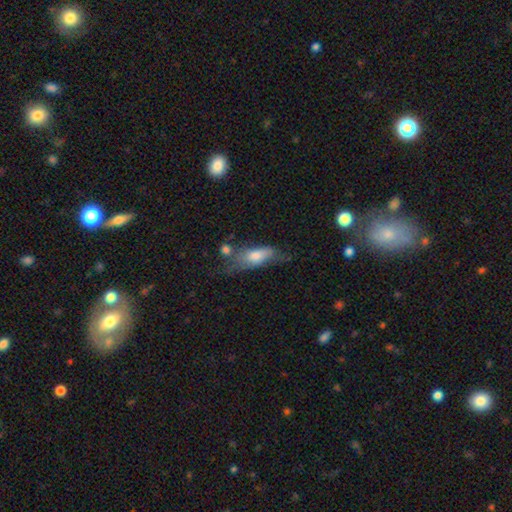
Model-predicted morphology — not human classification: smooth-or-featured: smooth: 65% | featured or disk: 26% | star or artifact: 8%
  how-rounded: in between: 70% | cigar-shaped: 26% | round: 4%
  merging: none: 38% | minor disturbance: 30% | major disturbance: 22% | merger: 11%